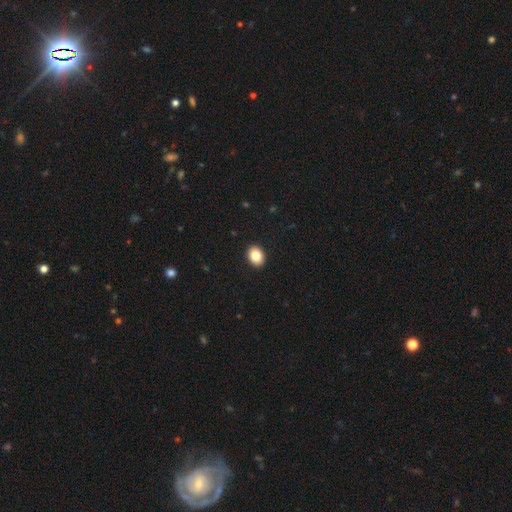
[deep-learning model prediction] Smooth or featured: smooth — 85% (star or artifact — 9%)
How rounded: in between — 64% (round — 36%)
Merging: none — 92% (minor disturbance — 5%)